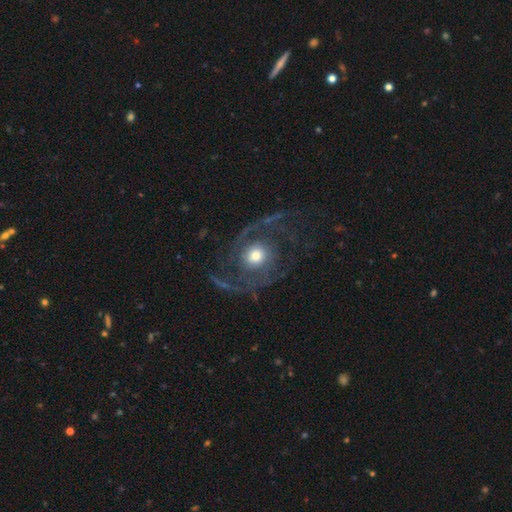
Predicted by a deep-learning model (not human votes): Overall: featured or disk (82%). Edge-on disk: no (97%). Bar: no (77%). Spiral arms: yes (91%). Spiral arm count: 2 (52%; 3 14%). Spiral winding: medium (42%; loose 35%). Bulge size: moderate (59%; large 23%). Merging: none (59%; major disturbance 25%).